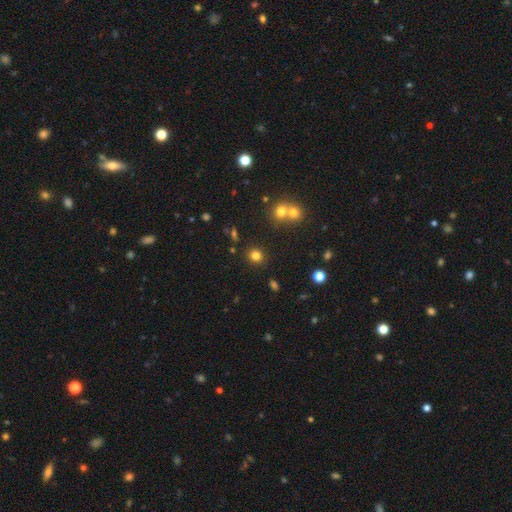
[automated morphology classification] smooth-or-featured: smooth: 79% | star or artifact: 15% | featured or disk: 6%
  how-rounded: round: 86% | in between: 13% | cigar-shaped: 1%
  merging: none: 85% | minor disturbance: 7% | merger: 6% | major disturbance: 2%